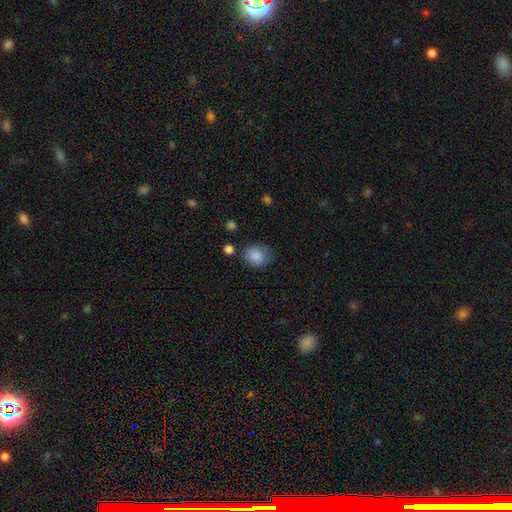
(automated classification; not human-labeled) A smooth galaxy with no disk features (87%) that is round (68%).

Vote fractions:
- Smooth or featured? smooth: 87% / star or artifact: 8% / featured or disk: 5%
- How rounded? round: 68% / in between: 31% / cigar-shaped: 1%
- Merging? none: 74% / minor disturbance: 17% / major disturbance: 5% / merger: 3%